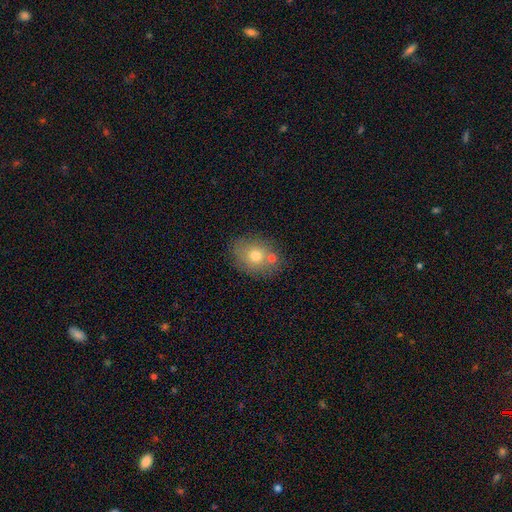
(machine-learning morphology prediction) This appears to be a smooth galaxy with no disk features (69%) that is in between round and cigar-shaped (53%). Merging: none (63%).